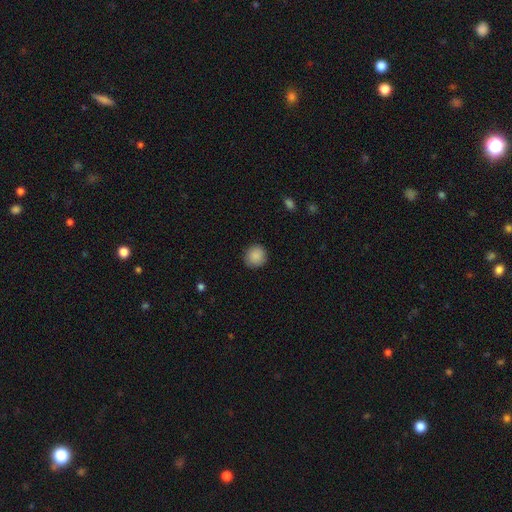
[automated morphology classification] smooth 89%, star or artifact 8%, featured or disk 4%. Down the decision tree: how rounded — round (91%); merging — none (89%).